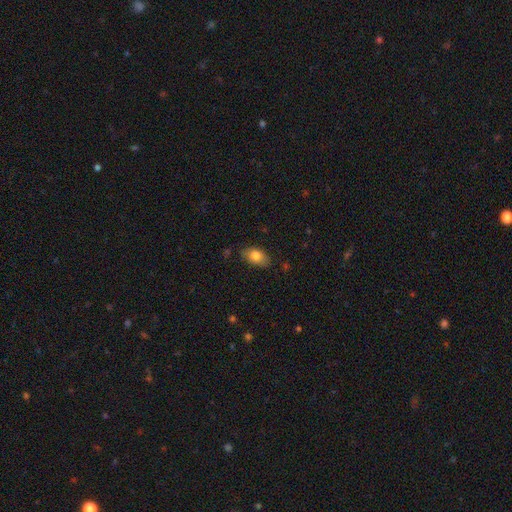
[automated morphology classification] smooth 79%, featured or disk 13%, star or artifact 8%. Down the decision tree: how rounded — in between (90%); merging — none (79%).